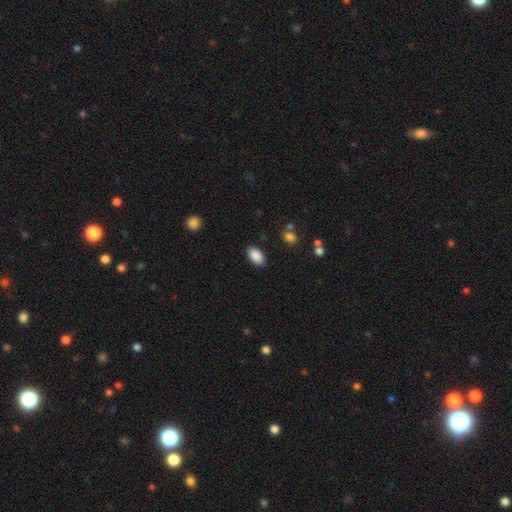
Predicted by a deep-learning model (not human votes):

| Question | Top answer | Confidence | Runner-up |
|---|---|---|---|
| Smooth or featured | smooth | 89% | star or artifact (7%) |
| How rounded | in between | 94% | round (3%) |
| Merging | none | 87% | minor disturbance (9%) |